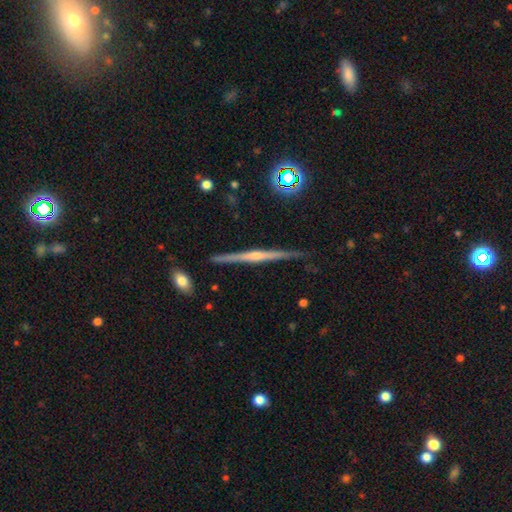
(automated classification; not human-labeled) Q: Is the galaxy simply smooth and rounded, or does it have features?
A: featured or disk — 82%.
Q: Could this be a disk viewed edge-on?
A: yes — 98%.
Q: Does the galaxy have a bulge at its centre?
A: rounded — 75%.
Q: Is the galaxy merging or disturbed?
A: none — 87%.